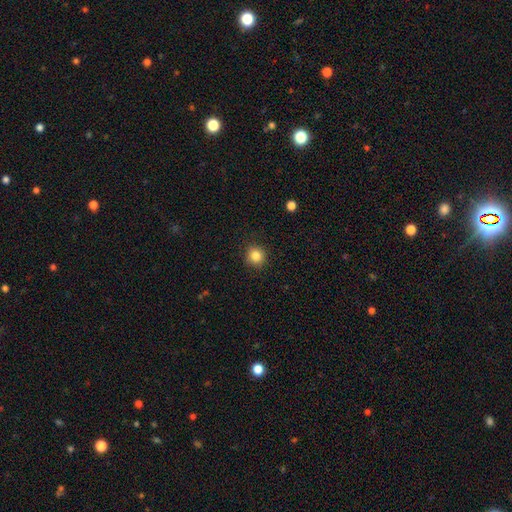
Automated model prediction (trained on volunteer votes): This appears to be a smooth galaxy with no disk features (84%) that is round (92%). Merging: none (90%).